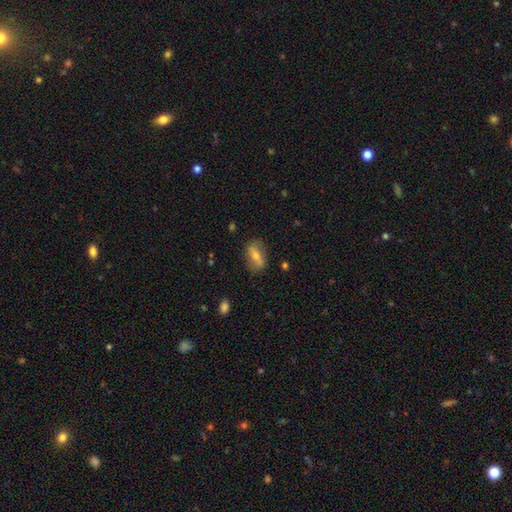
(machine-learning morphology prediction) This appears to be a smooth galaxy with no disk features (50%). Merging: none (79%).